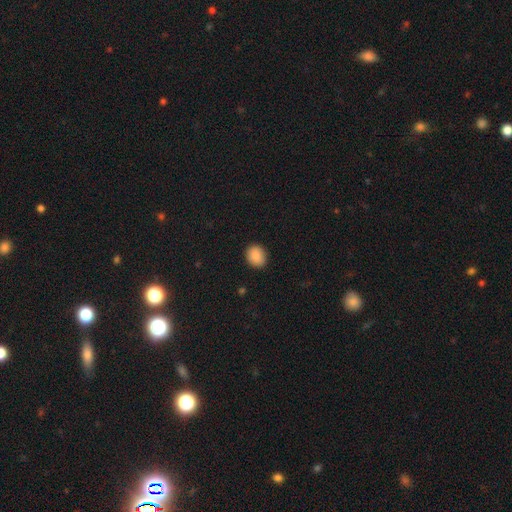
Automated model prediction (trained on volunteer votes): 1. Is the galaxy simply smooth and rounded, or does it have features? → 89% smooth, 8% star or artifact, 3% featured or disk.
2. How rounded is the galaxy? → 60% round, 39% in between, 1% cigar-shaped.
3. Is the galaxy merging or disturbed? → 88% none, 8% minor disturbance, 2% major disturbance, 1% merger.